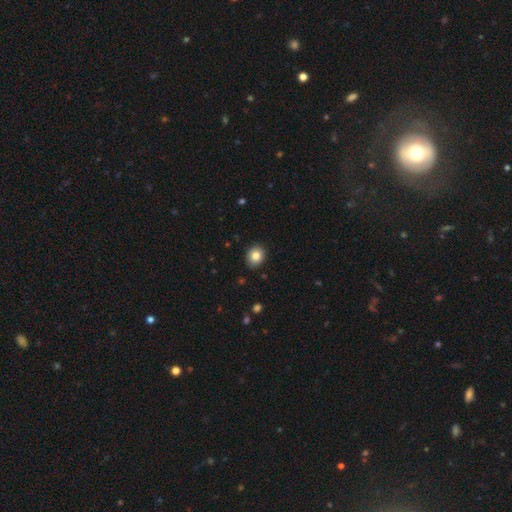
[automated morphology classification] Smooth or featured? Predicted: smooth (p=0.84). How rounded? Predicted: round (p=0.66). Merging? Predicted: none (p=0.88).